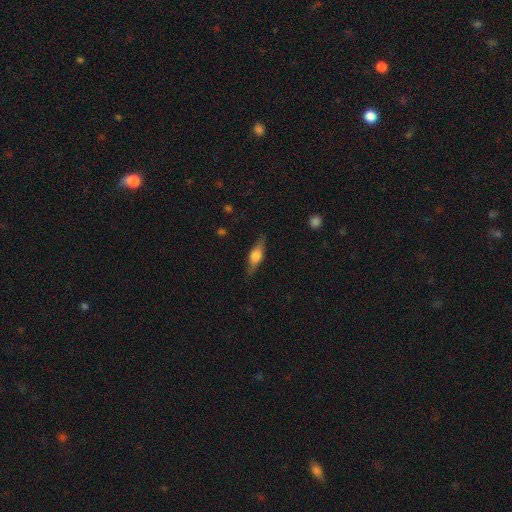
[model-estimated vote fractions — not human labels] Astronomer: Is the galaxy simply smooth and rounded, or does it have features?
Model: featured or disk — 49% (runner-up: smooth, 44%).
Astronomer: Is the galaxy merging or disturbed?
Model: none — 83%.